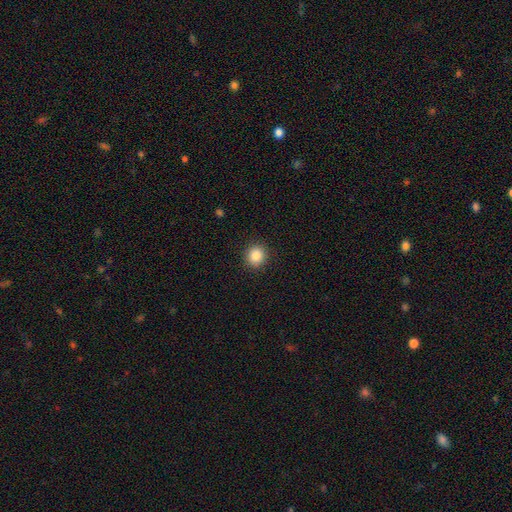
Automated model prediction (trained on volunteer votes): Smooth or featured?
  - smooth: 86% *
  - star or artifact: 10%
  - featured or disk: 4%
How rounded?
  - round: 89% *
  - in between: 10%
  - cigar-shaped: 1%
Merging?
  - none: 91% *
  - minor disturbance: 6%
  - major disturbance: 2%
  - merger: 1%